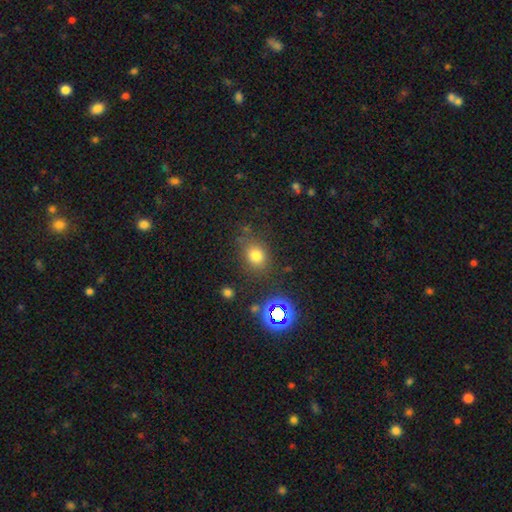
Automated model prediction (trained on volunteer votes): smooth-or-featured: smooth: 71% | star or artifact: 20% | featured or disk: 9%
  how-rounded: round: 59% | in between: 40% | cigar-shaped: 2%
  merging: none: 74% | minor disturbance: 16% | major disturbance: 6% | merger: 4%